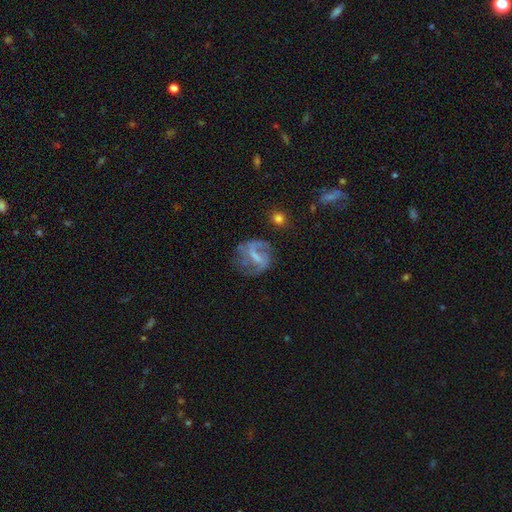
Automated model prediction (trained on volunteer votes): A featured or disk galaxy (70%) with a weak bar (42%), 2 (67%) loose (45%) spiral arms (78%) and no central bulge (44%). Merging: none (53%).